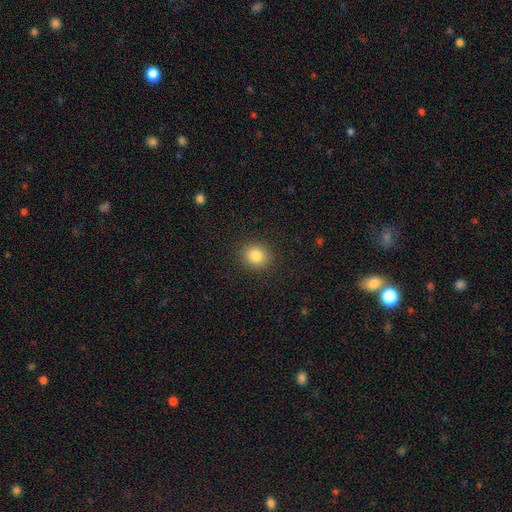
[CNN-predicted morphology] A smooth galaxy with no disk features (84%) that is round (83%). Merging: none (91%).